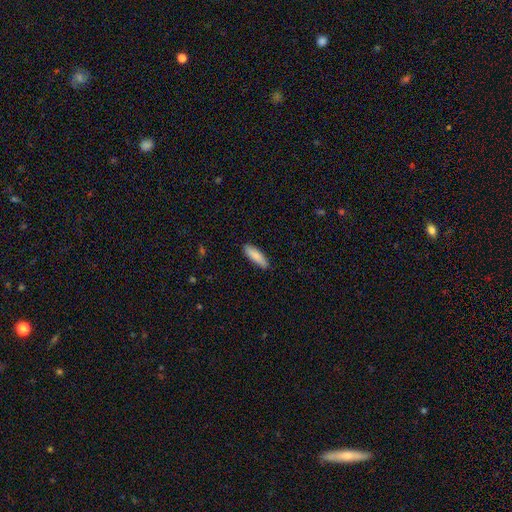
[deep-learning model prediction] A smooth galaxy with no disk features (86%) that is cigar-shaped (59%). Merging: none (89%).